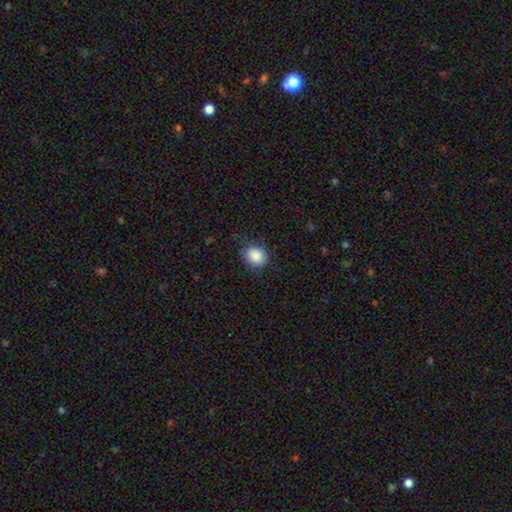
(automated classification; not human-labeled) Q: Smooth or featured?
A: smooth (88%); runner-up: star or artifact (8%)
Q: How rounded?
A: round (67%); runner-up: in between (33%)
Q: Merging?
A: none (80%); runner-up: minor disturbance (15%)